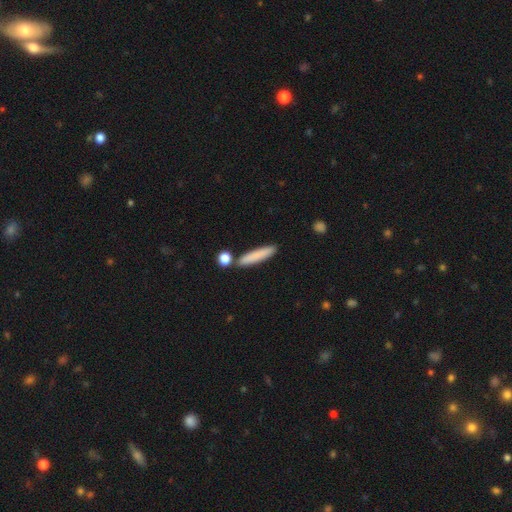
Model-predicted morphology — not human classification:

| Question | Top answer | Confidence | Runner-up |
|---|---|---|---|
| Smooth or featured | smooth | 81% | featured or disk (13%) |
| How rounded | cigar-shaped | 87% | in between (11%) |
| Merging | none | 81% | minor disturbance (10%) |